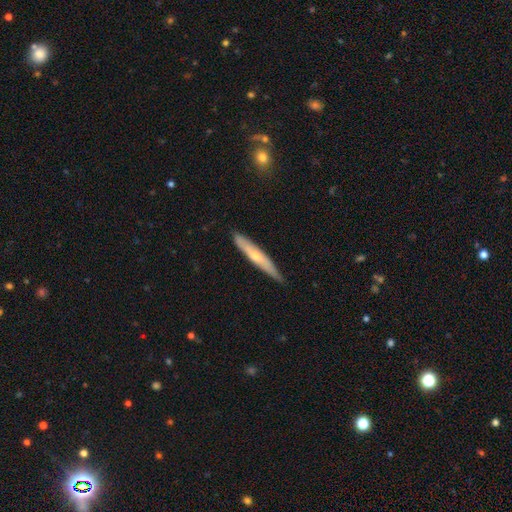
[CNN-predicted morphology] A smooth galaxy with no disk features (49%).

Vote fractions:
- Smooth or featured? smooth: 49% / featured or disk: 45% / star or artifact: 5%
- Merging? none: 81% / minor disturbance: 16% / major disturbance: 2% / merger: 1%